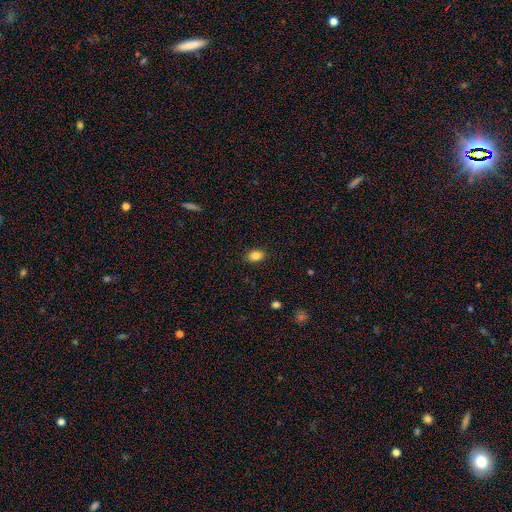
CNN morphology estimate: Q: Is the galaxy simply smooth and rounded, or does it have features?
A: smooth — 85%.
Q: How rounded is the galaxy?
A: in between — 80%.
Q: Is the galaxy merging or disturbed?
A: none — 87%.